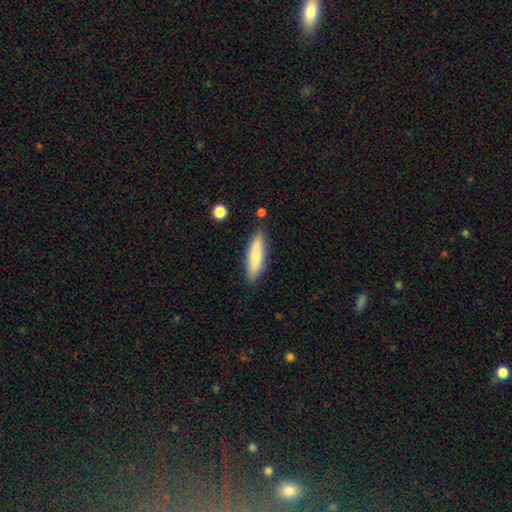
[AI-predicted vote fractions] Smooth or featured?
  - smooth: 76% *
  - featured or disk: 18%
  - star or artifact: 6%
How rounded?
  - cigar-shaped: 68% *
  - in between: 30%
  - round: 2%
Merging?
  - none: 81% *
  - minor disturbance: 14%
  - merger: 3%
  - major disturbance: 3%